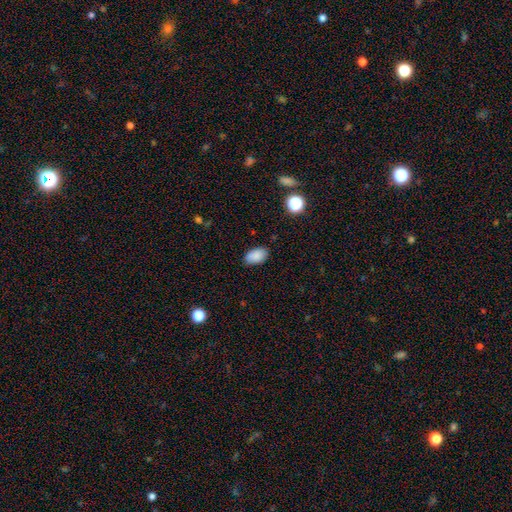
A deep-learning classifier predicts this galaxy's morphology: Overall: smooth (87%). How rounded: in between (92%). Merging: none (84%).